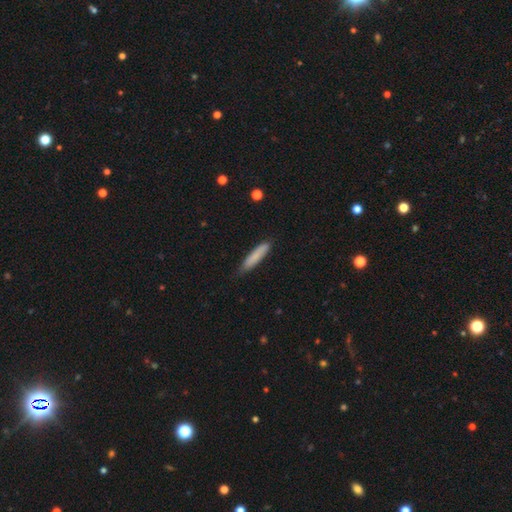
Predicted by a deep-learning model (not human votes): smooth-or-featured: smooth: 81% | featured or disk: 13% | star or artifact: 6%
  how-rounded: cigar-shaped: 87% | in between: 12% | round: 1%
  merging: none: 78% | minor disturbance: 18% | major disturbance: 3% | merger: 1%